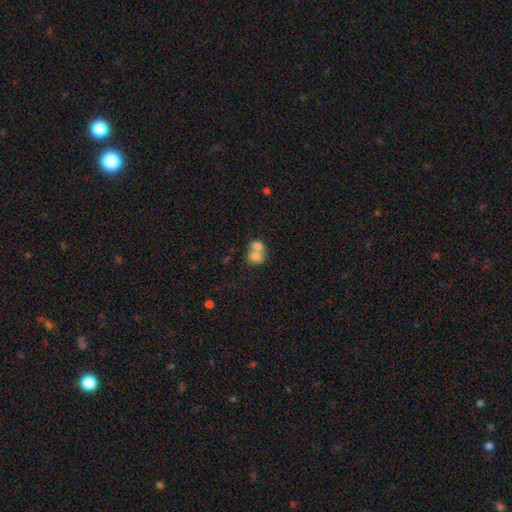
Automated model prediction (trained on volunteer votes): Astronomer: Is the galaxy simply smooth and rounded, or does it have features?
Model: smooth — 73%.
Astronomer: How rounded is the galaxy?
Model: round — 60% (runner-up: in between, 39%).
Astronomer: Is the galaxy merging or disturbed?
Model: merger — 71%.